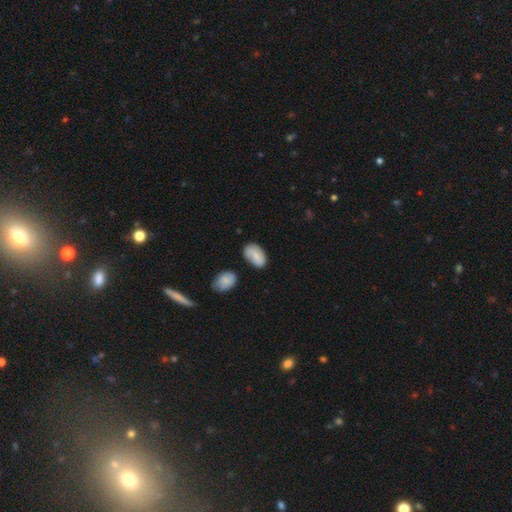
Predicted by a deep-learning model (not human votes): Morphology: type=smooth (71%); roundness=in between (92%); merging=none (64%).